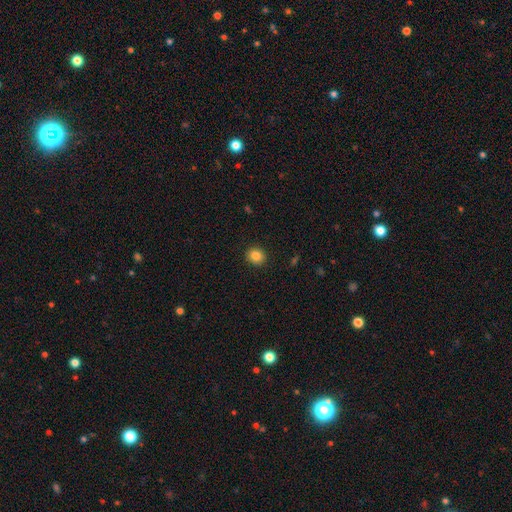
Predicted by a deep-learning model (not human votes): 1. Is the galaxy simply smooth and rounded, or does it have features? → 85% smooth, 10% star or artifact, 5% featured or disk.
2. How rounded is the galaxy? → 79% round, 21% in between, 1% cigar-shaped.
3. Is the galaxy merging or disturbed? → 91% none, 6% minor disturbance, 2% major disturbance, 1% merger.